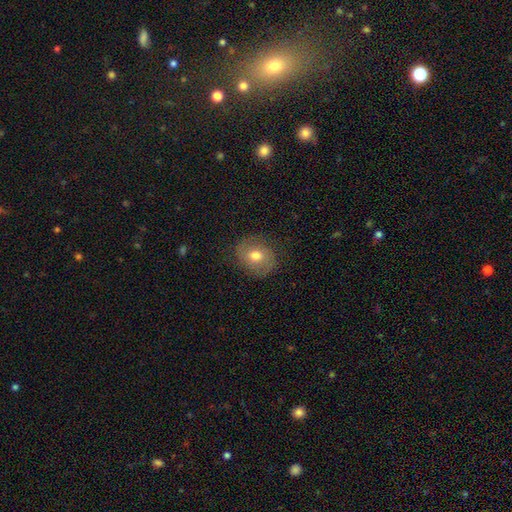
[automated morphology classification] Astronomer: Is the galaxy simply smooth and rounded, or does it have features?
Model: smooth — 62%.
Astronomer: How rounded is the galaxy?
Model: round — 67%.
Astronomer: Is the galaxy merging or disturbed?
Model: none — 81%.